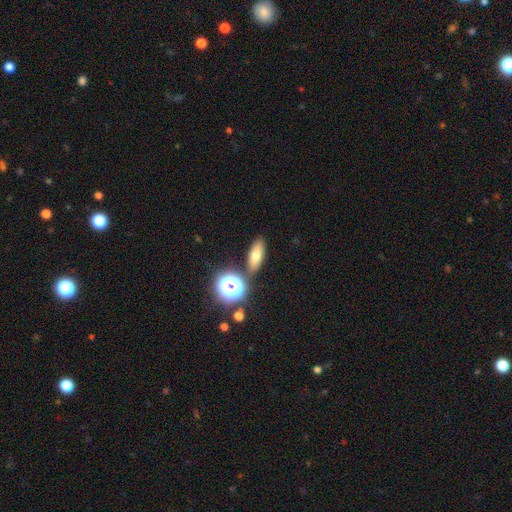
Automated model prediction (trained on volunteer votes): A smooth galaxy with no disk features (68%) that is in between round and cigar-shaped (67%).

Vote fractions:
- Smooth or featured? smooth: 68% / featured or disk: 18% / star or artifact: 13%
- How rounded? in between: 67% / cigar-shaped: 20% / round: 13%
- Merging? none: 78% / minor disturbance: 11% / merger: 8% / major disturbance: 3%